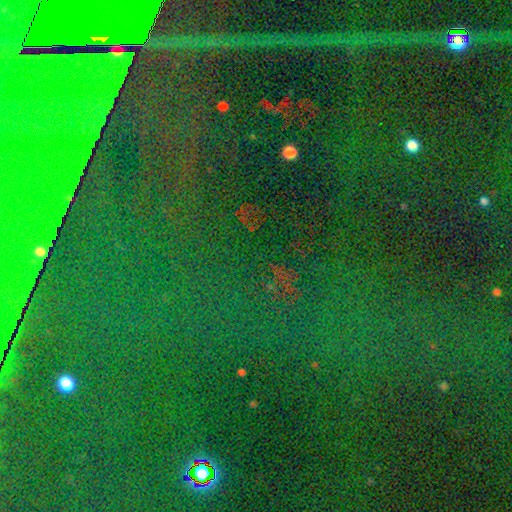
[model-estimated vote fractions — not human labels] A star or artifact, not a galaxy (80%).

Vote fractions:
- Smooth or featured? star or artifact: 80% / smooth: 11% / featured or disk: 9%